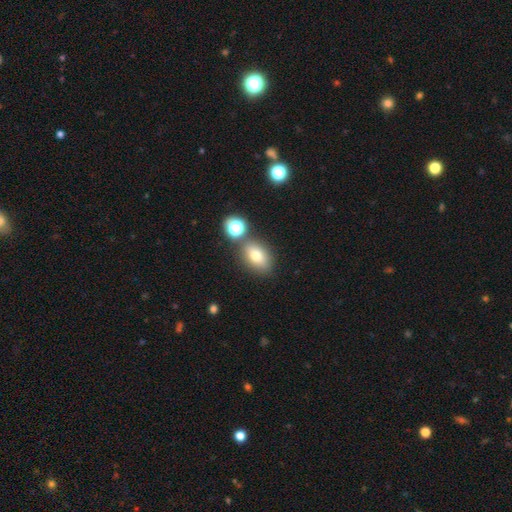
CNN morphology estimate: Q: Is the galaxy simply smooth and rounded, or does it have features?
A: smooth — 72%.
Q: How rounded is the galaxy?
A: in between — 77%.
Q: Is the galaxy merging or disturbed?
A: none — 74%.